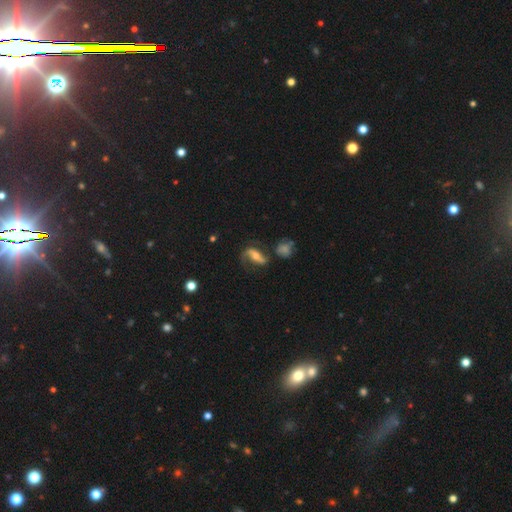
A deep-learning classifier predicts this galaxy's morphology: smooth_or_featured: featured or disk (p=0.75) [alt: smooth p=0.17]
disk_edge_on: no (p=0.91) [alt: yes p=0.09]
bar: strong (p=0.44) [alt: no p=0.29]
has_spiral_arms: yes (p=0.90) [alt: no p=0.10]
spiral_winding: loose (p=0.58) [alt: medium p=0.31]
spiral_arm_count: 2 (p=0.82) [alt: 1 p=0.11]
bulge_size: moderate (p=0.59) [alt: small p=0.32]
merging: none (p=0.57) [alt: minor disturbance p=0.19]